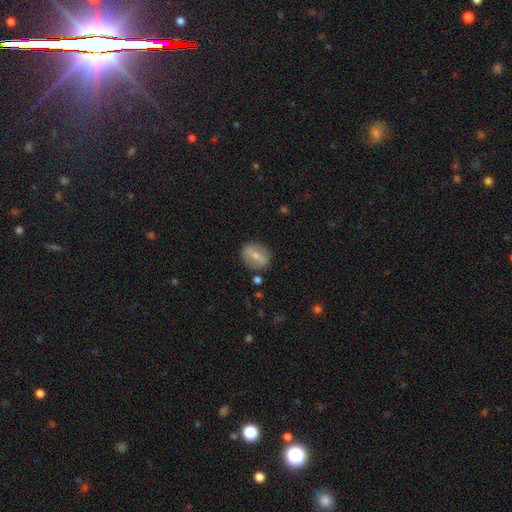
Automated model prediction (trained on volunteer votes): Smooth or featured?
  - smooth: 54% *
  - featured or disk: 38%
  - star or artifact: 8%
How rounded?
  - in between: 54% *
  - round: 43%
  - cigar-shaped: 2%
Merging?
  - none: 83% *
  - minor disturbance: 11%
  - major disturbance: 3%
  - merger: 2%